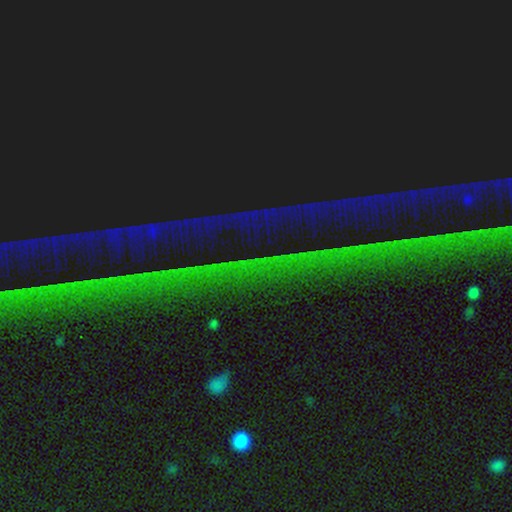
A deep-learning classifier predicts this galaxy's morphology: Overall: star or artifact (85%).